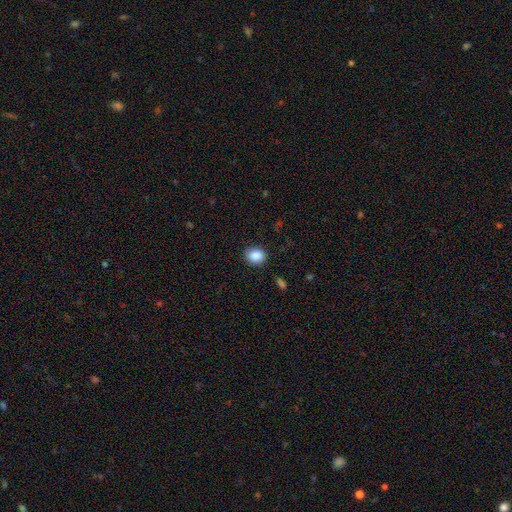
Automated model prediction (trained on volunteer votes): Smooth or featured: smooth — 88% (star or artifact — 8%)
How rounded: round — 57% (in between — 42%)
Merging: none — 87% (minor disturbance — 9%)